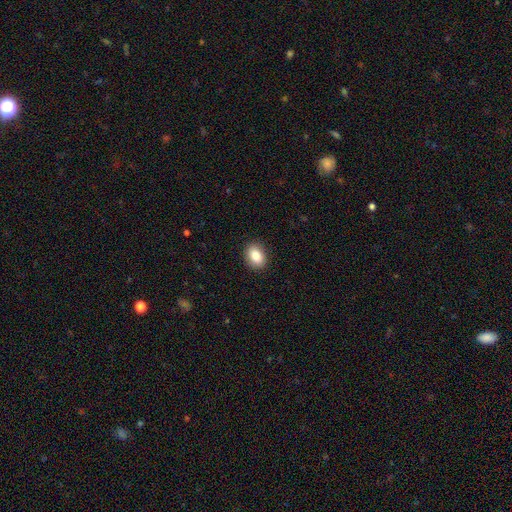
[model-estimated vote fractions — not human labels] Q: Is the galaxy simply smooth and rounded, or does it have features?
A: smooth — 84%.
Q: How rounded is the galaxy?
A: in between — 68%.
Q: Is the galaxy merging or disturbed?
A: none — 90%.